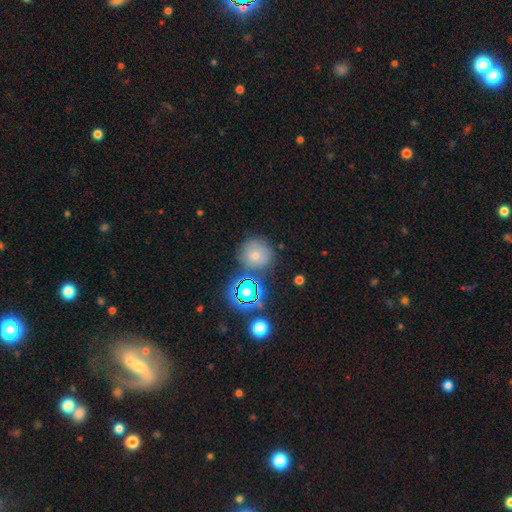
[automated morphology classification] This appears to be a smooth galaxy with no disk features (67%) that is round (91%). Merging: none (74%).